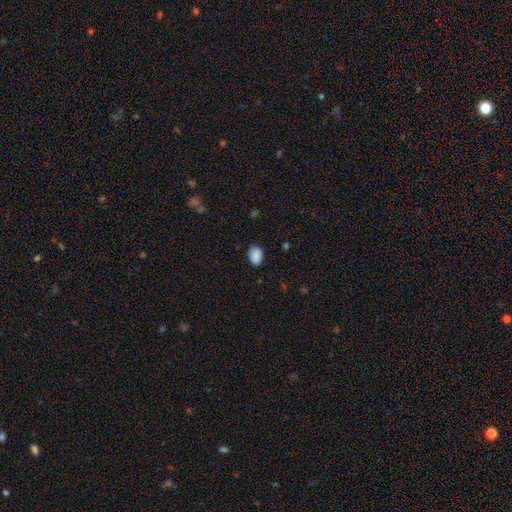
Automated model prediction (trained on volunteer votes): This is clearly a smooth galaxy (87%). How rounded: likely in between (78%). Merging: likely none (78%).